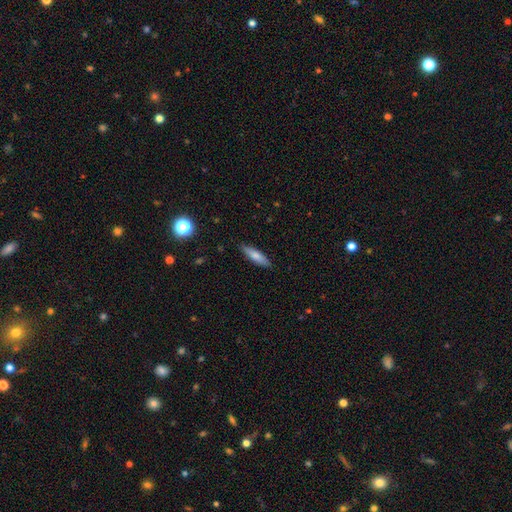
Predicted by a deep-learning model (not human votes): A smooth galaxy with no disk features (72%) that is cigar-shaped (71%). Merging: none (87%).